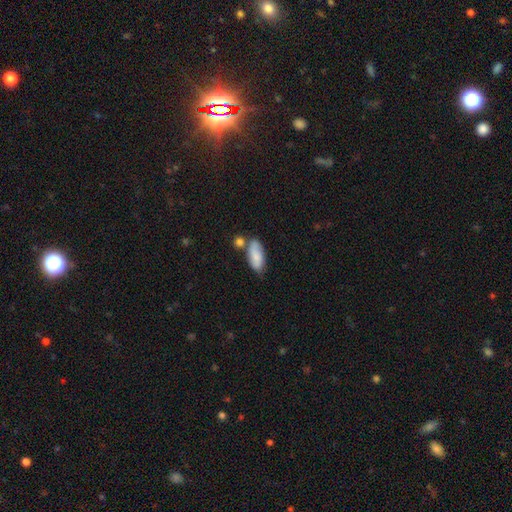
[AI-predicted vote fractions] A smooth galaxy with no disk features (80%) that is in between round and cigar-shaped (86%). Merging: none (56%).